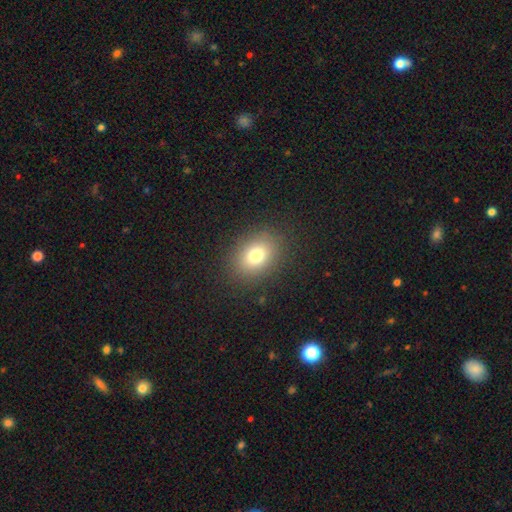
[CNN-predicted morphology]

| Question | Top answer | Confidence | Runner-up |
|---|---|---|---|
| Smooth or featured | smooth | 77% | star or artifact (13%) |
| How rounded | in between | 62% | round (37%) |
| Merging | none | 86% | minor disturbance (9%) |